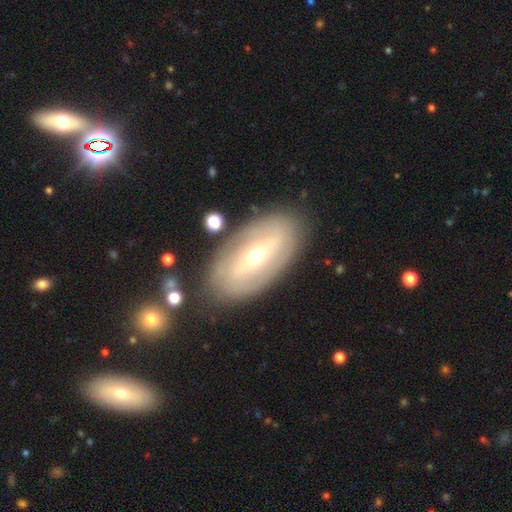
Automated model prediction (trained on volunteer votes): Smooth or featured?
  - featured or disk: 67% *
  - smooth: 26%
  - star or artifact: 6%
Edge-on disk?
  - no: 86% *
  - yes: 14%
Bar?
  - strong: 38% *
  - weak: 34%
  - no: 28%
Spiral arms?
  - no: 55% *
  - yes: 45%
Bulge size?
  - moderate: 54% *
  - small: 42%
  - large: 3%
  - dominant: 1%
  - none: 1%
Merging?
  - none: 83% *
  - minor disturbance: 11%
  - major disturbance: 4%
  - merger: 2%